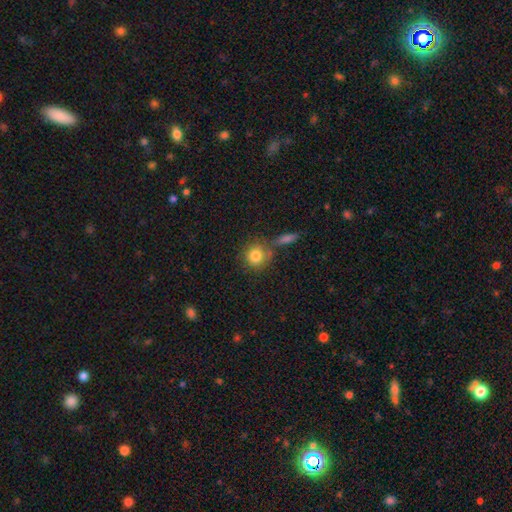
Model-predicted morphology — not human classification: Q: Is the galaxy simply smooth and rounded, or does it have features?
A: smooth — 82%.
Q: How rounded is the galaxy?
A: round — 87%.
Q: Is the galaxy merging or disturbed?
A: none — 65%.